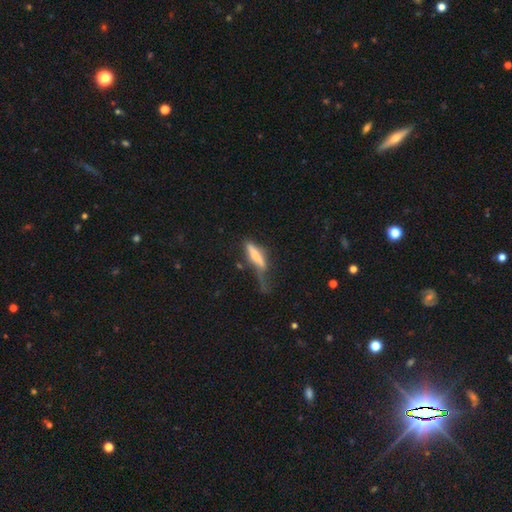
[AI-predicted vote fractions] Morphology: type=smooth (60%); roundness=cigar-shaped (79%); merging=major disturbance (37%).